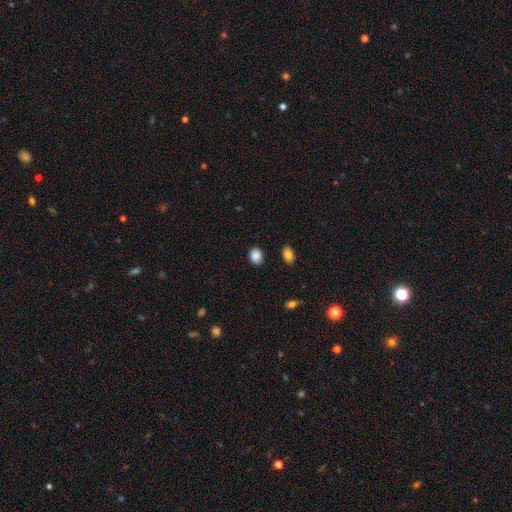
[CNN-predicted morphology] A smooth galaxy with no disk features (88%) that is round (51%).

Vote fractions:
- Smooth or featured? smooth: 88% / star or artifact: 9% / featured or disk: 3%
- How rounded? round: 51% / in between: 48% / cigar-shaped: 1%
- Merging? none: 87% / minor disturbance: 8% / major disturbance: 2% / merger: 2%